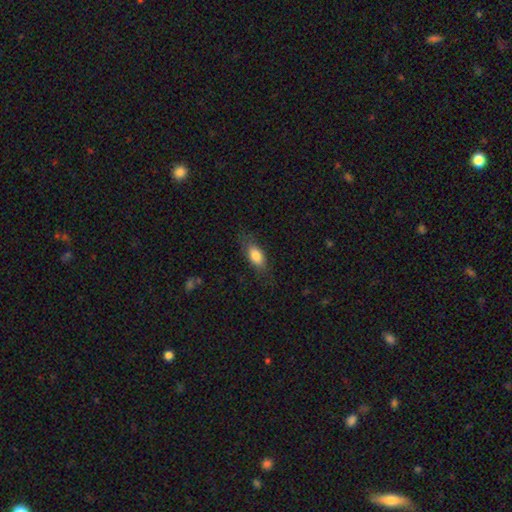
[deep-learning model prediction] smooth 80%, featured or disk 12%, star or artifact 7%. Down the decision tree: how rounded — in between (84%); merging — none (75%).